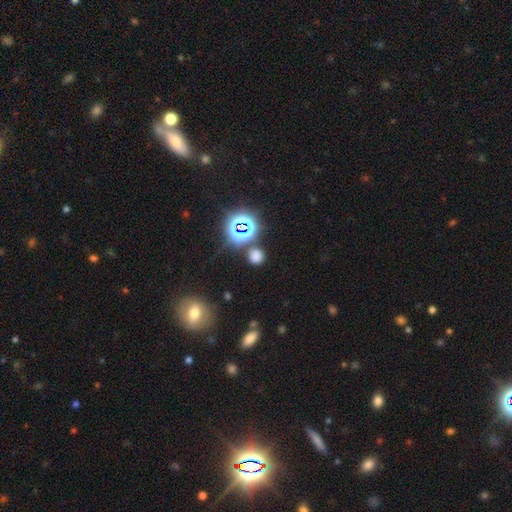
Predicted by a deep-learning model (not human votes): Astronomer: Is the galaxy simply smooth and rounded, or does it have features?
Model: smooth — 63%.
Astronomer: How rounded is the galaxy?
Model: round — 89%.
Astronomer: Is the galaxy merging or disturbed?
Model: none — 81%.